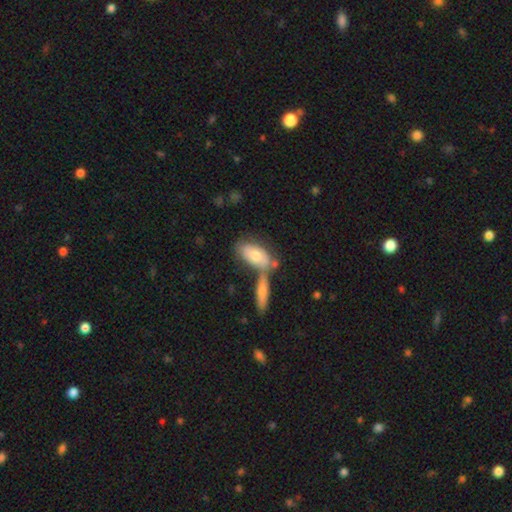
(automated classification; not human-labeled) Smooth or featured? Predicted: smooth (p=0.68). How rounded? Predicted: in between (p=0.86). Merging? Predicted: none (p=0.45).